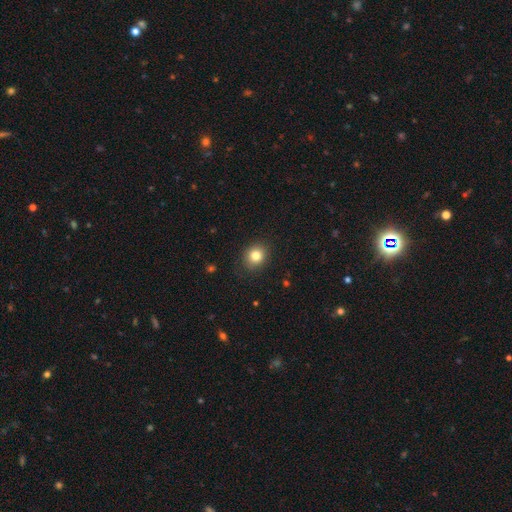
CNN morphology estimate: Smooth or featured? Predicted: smooth (p=0.82). How rounded? Predicted: round (p=0.73). Merging? Predicted: none (p=0.87).